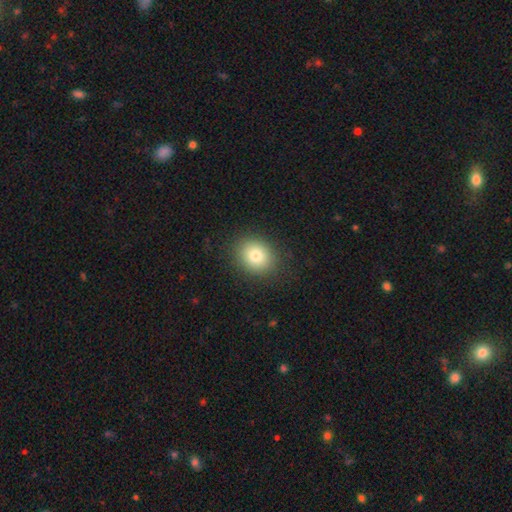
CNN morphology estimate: Smooth or featured: smooth — 80% (star or artifact — 11%)
How rounded: round — 65% (in between — 35%)
Merging: none — 88% (minor disturbance — 8%)